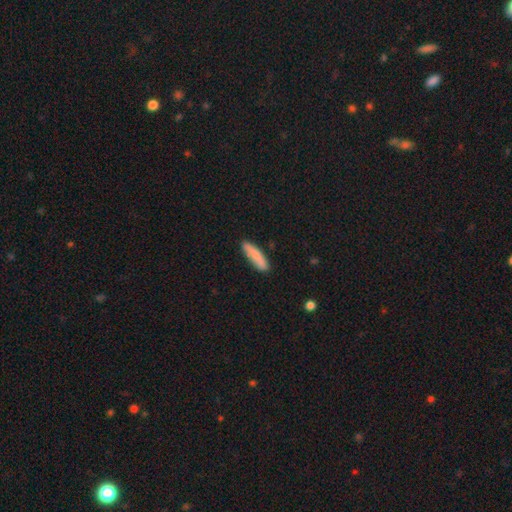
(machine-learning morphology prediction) This is clearly a smooth galaxy (83%). How rounded: likely cigar-shaped (77%). Merging: clearly none (83%).